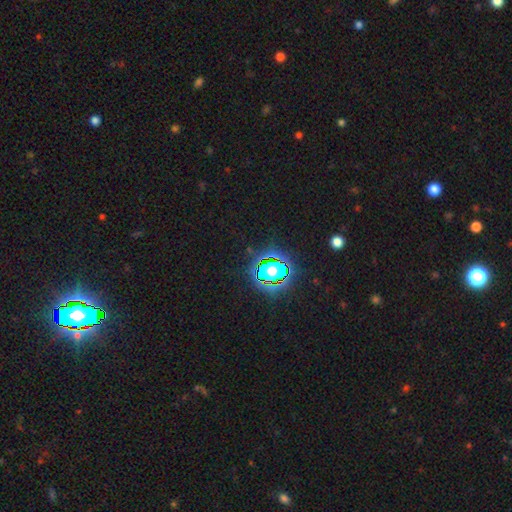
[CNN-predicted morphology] star or artifact 83%, smooth 10%, featured or disk 7%.